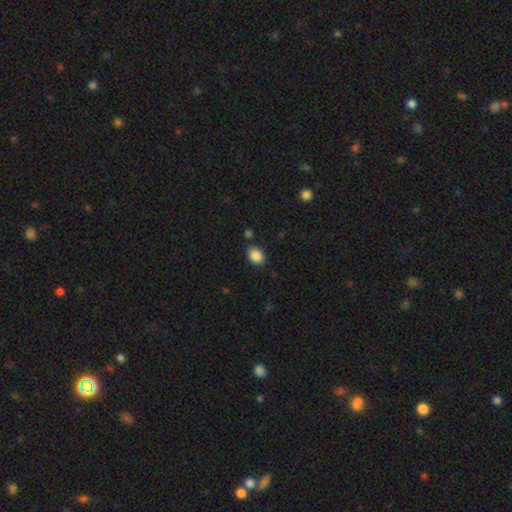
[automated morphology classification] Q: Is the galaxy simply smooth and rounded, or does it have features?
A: smooth — 87%.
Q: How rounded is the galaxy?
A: in between — 68%.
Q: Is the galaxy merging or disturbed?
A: none — 80%.